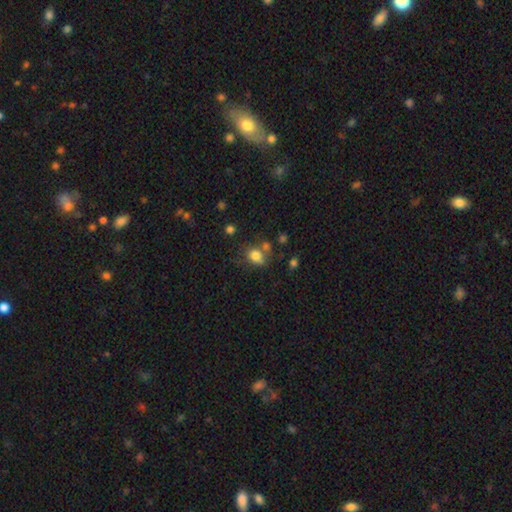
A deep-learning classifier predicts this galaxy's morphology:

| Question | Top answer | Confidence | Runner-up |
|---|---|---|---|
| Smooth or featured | smooth | 79% | star or artifact (12%) |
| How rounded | in between | 51% | round (48%) |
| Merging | none | 55% | minor disturbance (19%) |